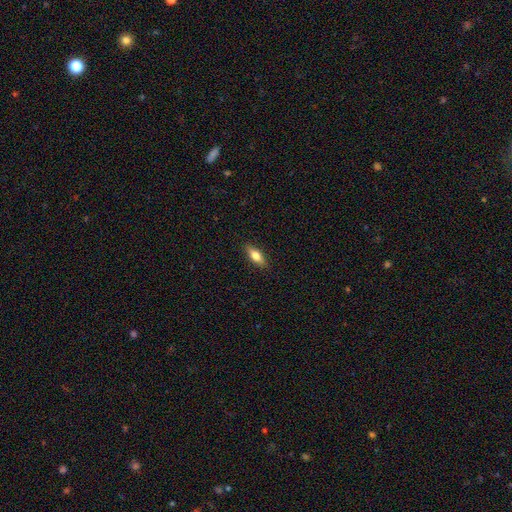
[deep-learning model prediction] Smooth or featured? smooth (71%)
How rounded? in between (69%)
Merging? none (89%)